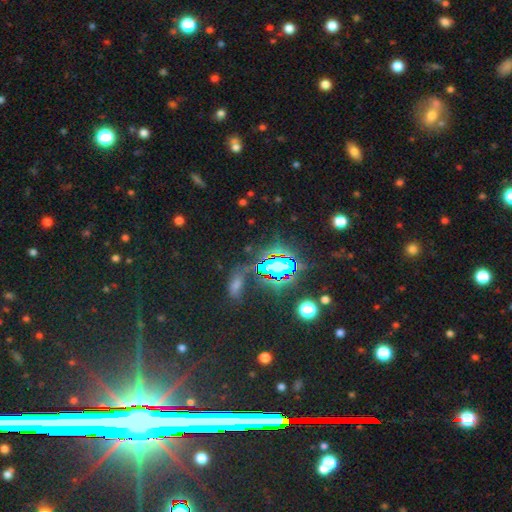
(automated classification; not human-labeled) Morphology: type=star or artifact (80%).